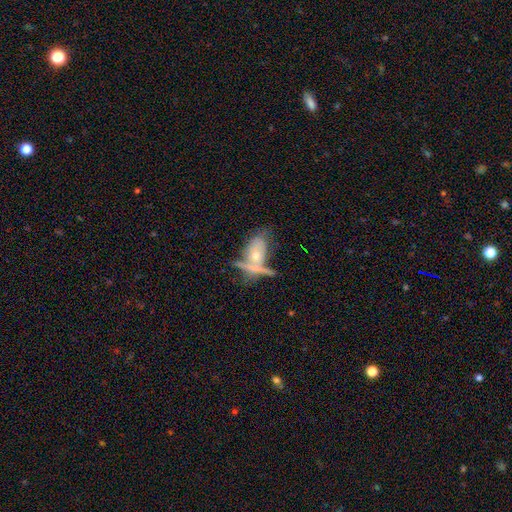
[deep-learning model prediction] smooth 46%, featured or disk 44%, star or artifact 10%. Down the decision tree: merging — merger (41%).